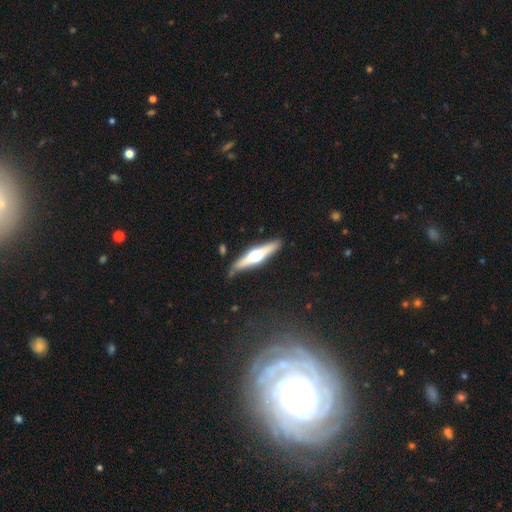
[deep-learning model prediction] Morphology: type=featured or disk (66%); edge-on=yes (96%); edge-on bulge=rounded (94%); merging=none (85%).